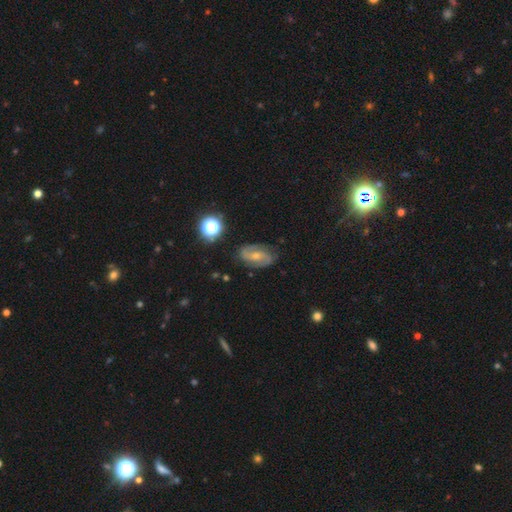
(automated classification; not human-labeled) smooth_or_featured: featured or disk (p=0.78) [alt: smooth p=0.13]
disk_edge_on: no (p=0.97) [alt: yes p=0.03]
bar: weak (p=0.44) [alt: no p=0.42]
has_spiral_arms: yes (p=0.95) [alt: no p=0.05]
spiral_winding: medium (p=0.51) [alt: tight p=0.27]
spiral_arm_count: 2 (p=0.89) [alt: can't tell p=0.05]
bulge_size: small (p=0.48) [alt: moderate p=0.43]
merging: none (p=0.80) [alt: minor disturbance p=0.14]